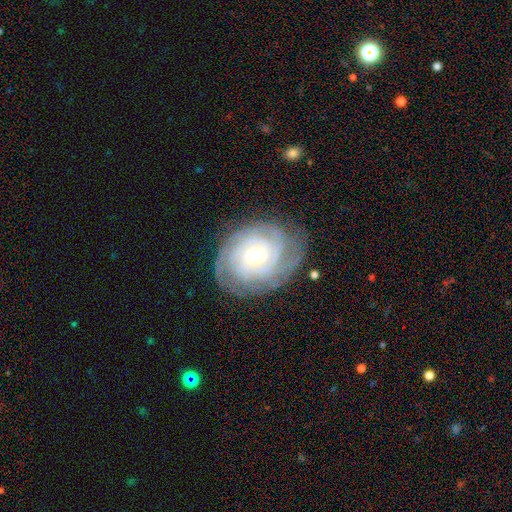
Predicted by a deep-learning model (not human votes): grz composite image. It shows a featured or disk galaxy (86%) with no bar (65%), tight (83%) spiral arms (97%) and a moderate central bulge (57%). Merging: none (81%).